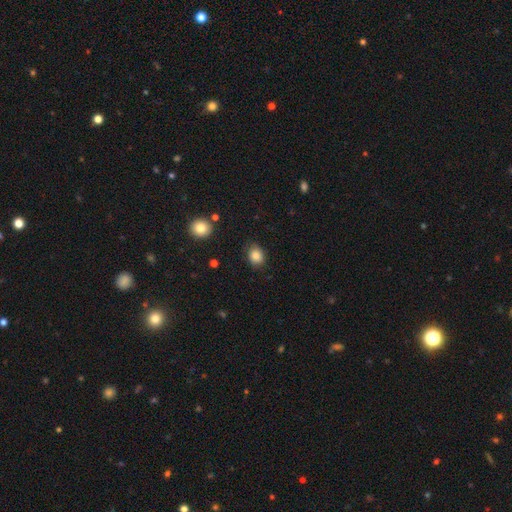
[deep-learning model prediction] A smooth galaxy with no disk features (85%) that is round (52%). Merging: none (81%).